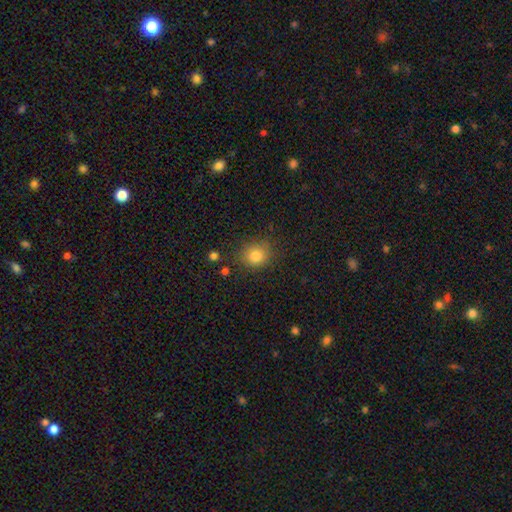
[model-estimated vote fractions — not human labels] smooth-or-featured: smooth: 83% | star or artifact: 11% | featured or disk: 6%
  how-rounded: round: 73% | in between: 26% | cigar-shaped: 1%
  merging: none: 79% | minor disturbance: 14% | major disturbance: 4% | merger: 3%